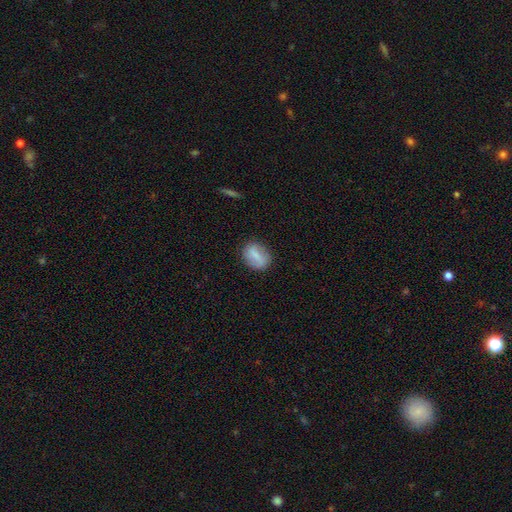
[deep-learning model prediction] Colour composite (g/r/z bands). It shows a smooth galaxy with no disk features (67%) that is in between round and cigar-shaped (55%). Merging: none (80%).